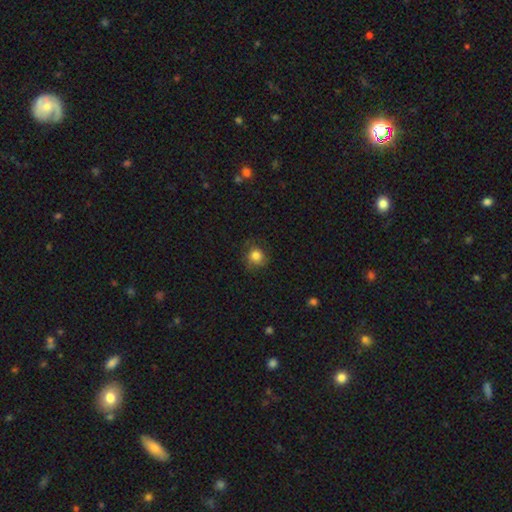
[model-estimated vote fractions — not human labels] Smooth or featured?
  - smooth: 82% *
  - star or artifact: 11%
  - featured or disk: 8%
How rounded?
  - round: 86% *
  - in between: 13%
  - cigar-shaped: 1%
Merging?
  - none: 74% *
  - minor disturbance: 18%
  - major disturbance: 6%
  - merger: 1%